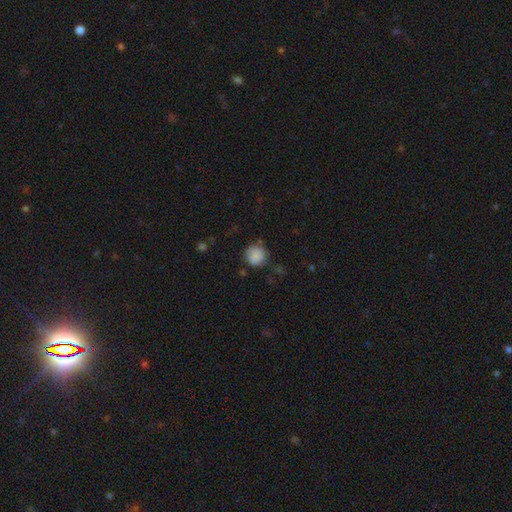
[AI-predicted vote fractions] Smooth or featured? Predicted: smooth (p=0.86). How rounded? Predicted: round (p=0.89). Merging? Predicted: none (p=0.74).